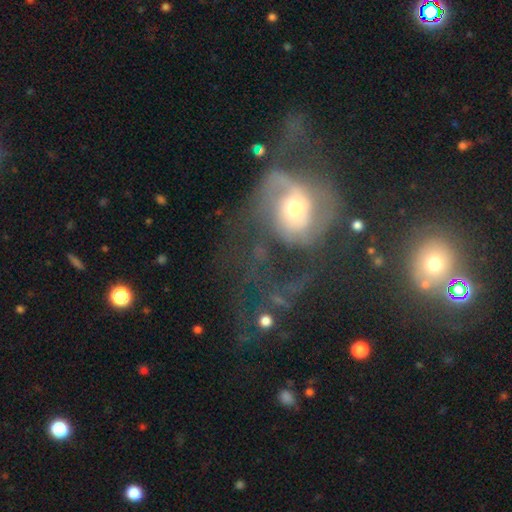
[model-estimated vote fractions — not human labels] Smooth or featured?
  - featured or disk: 72% *
  - smooth: 16%
  - star or artifact: 11%
Edge-on disk?
  - no: 97% *
  - yes: 3%
Bar?
  - no: 57% *
  - weak: 32%
  - strong: 11%
Spiral arms?
  - yes: 76% *
  - no: 24%
Spiral winding?
  - medium: 41% *
  - loose: 38%
  - tight: 22%
Spiral arm count?
  - 2: 53% *
  - can't tell: 22%
  - 1: 14%
  - 3: 5%
  - 4: 3%
  - more than 4: 3%
Bulge size?
  - moderate: 61% *
  - small: 26%
  - large: 9%
  - none: 2%
  - dominant: 2%
Merging?
  - major disturbance: 47% *
  - none: 28%
  - minor disturbance: 15%
  - merger: 10%